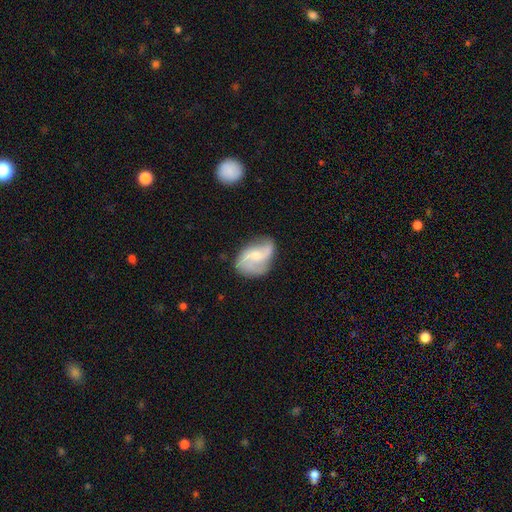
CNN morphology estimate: This is likely a featured or disk galaxy (76%). It is clearly not viewed edge-on (97%). Bar: possibly no (47%). Spiral arm pattern: clearly yes (93%). Spiral arm count: likely 2 (73%). Spiral winding: possibly loose (53%). Central bulge: possibly small (47%). Merging: likely none (65%).